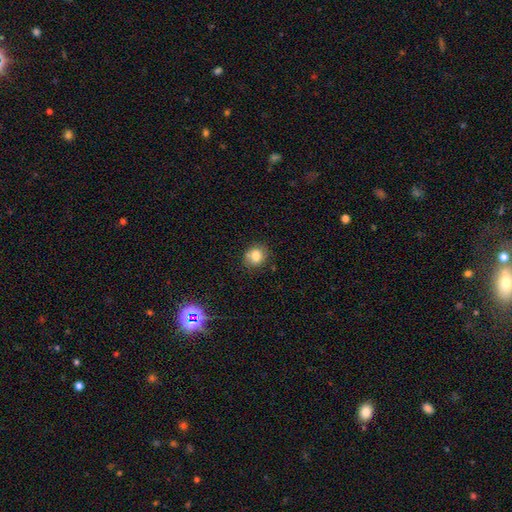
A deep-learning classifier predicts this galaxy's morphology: Smooth or featured? Predicted: smooth (p=0.78). How rounded? Predicted: round (p=0.64). Merging? Predicted: none (p=0.71).